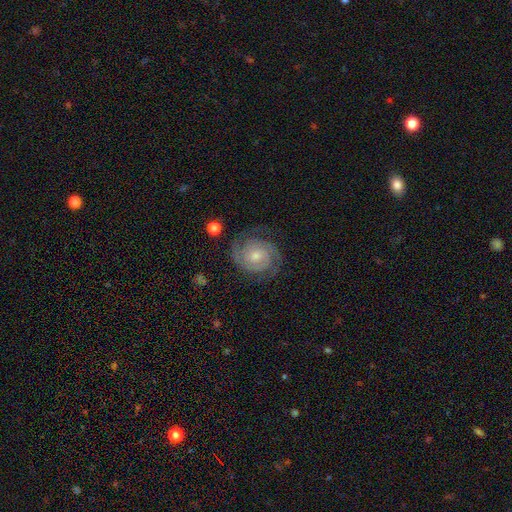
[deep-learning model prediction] Morphology: type=featured or disk (87%); edge-on=no (98%); bar=no (70%); spiral arms=yes (98%); winding=tight (72%); arm count=2 (74%); bulge=moderate (49%); merging=none (82%).